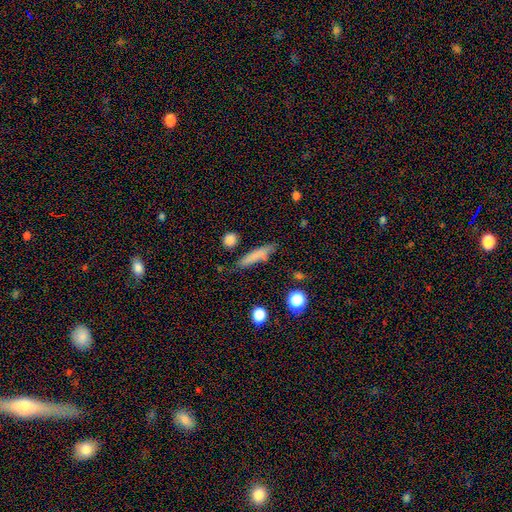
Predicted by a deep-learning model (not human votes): smooth-or-featured: smooth: 74% | featured or disk: 16% | star or artifact: 10%
  how-rounded: cigar-shaped: 81% | in between: 16% | round: 3%
  merging: none: 70% | minor disturbance: 19% | major disturbance: 6% | merger: 5%